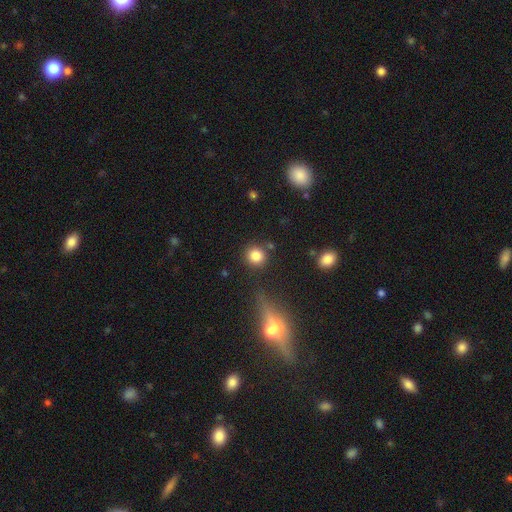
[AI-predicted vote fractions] The model was most divided on "smooth or featured": smooth: 83%, star or artifact: 11%, featured or disk: 6%. More confident: how rounded — round (88%); merging — none (82%).